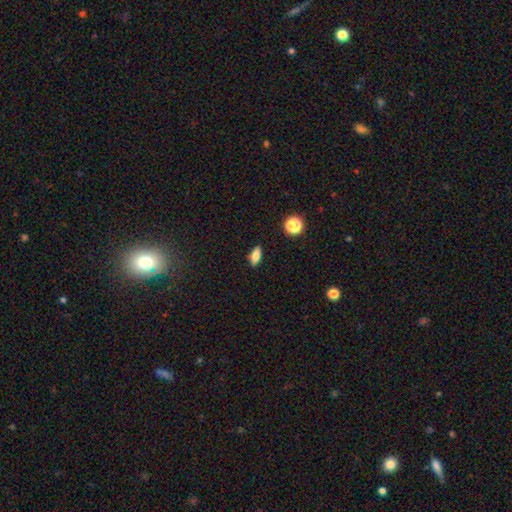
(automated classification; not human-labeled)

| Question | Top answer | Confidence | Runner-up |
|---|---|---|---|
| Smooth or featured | smooth | 79% | featured or disk (11%) |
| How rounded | in between | 79% | cigar-shaped (15%) |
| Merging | none | 87% | minor disturbance (9%) |